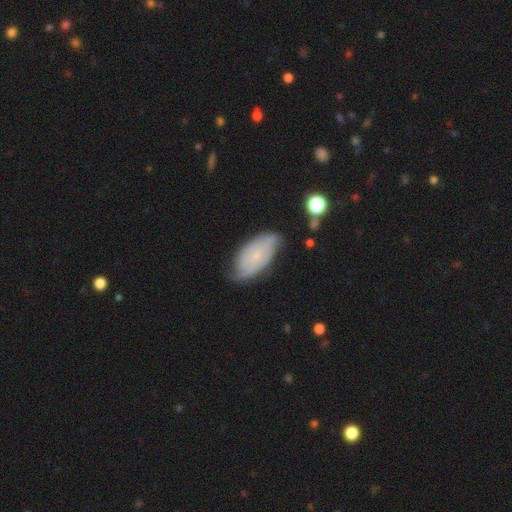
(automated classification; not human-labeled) Smooth or featured: featured or disk — 60% (smooth — 33%)
Edge-on disk: no — 93% (yes — 7%)
Bar: no — 79% (weak — 18%)
Spiral arms: yes — 83% (no — 17%)
Bulge size: small — 81% (moderate — 12%)
Merging: none — 63% (minor disturbance — 28%)